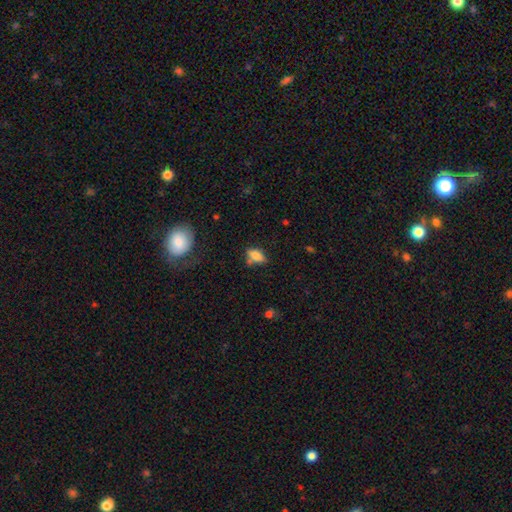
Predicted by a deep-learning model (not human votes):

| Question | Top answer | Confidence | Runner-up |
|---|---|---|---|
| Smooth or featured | smooth | 79% | featured or disk (12%) |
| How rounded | in between | 85% | cigar-shaped (9%) |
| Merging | none | 59% | minor disturbance (23%) |